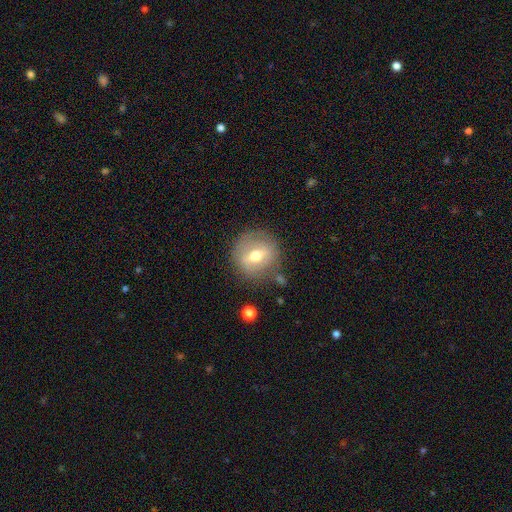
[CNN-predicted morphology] smooth-or-featured: featured or disk: 46% | smooth: 45% | star or artifact: 9%
  merging: none: 78% | minor disturbance: 14% | major disturbance: 5% | merger: 3%